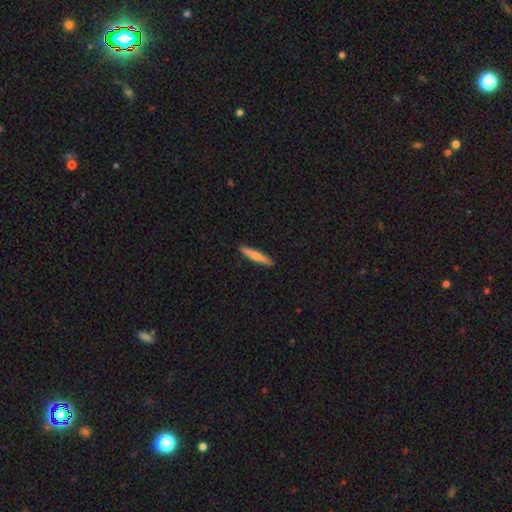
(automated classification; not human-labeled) A smooth galaxy with no disk features (73%) that is cigar-shaped (92%). Merging: none (92%).